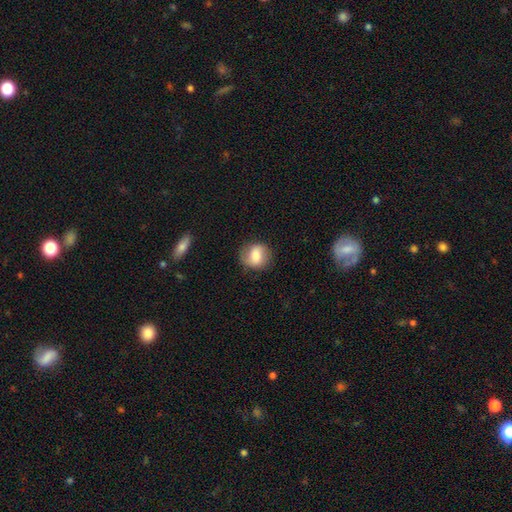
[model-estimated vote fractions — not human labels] Q: Smooth or featured?
A: smooth (64%); runner-up: featured or disk (28%)
Q: How rounded?
A: round (76%); runner-up: in between (23%)
Q: Merging?
A: none (79%); runner-up: minor disturbance (15%)